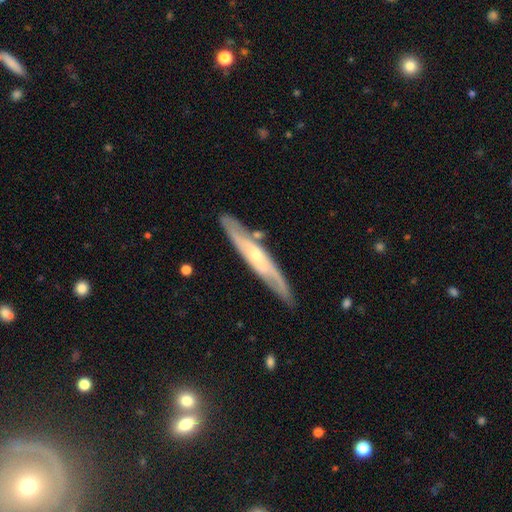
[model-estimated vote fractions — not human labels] Overall: featured or disk (71%). Edge-on disk: yes (65%; no 35%). Merging: none (81%).